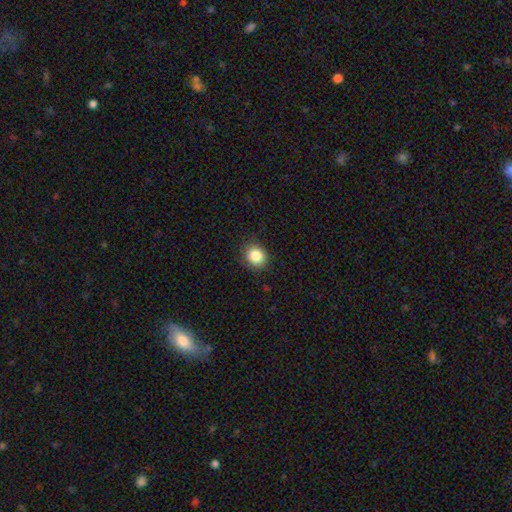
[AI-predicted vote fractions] Morphology: type=smooth (84%); roundness=round (79%); merging=none (87%).